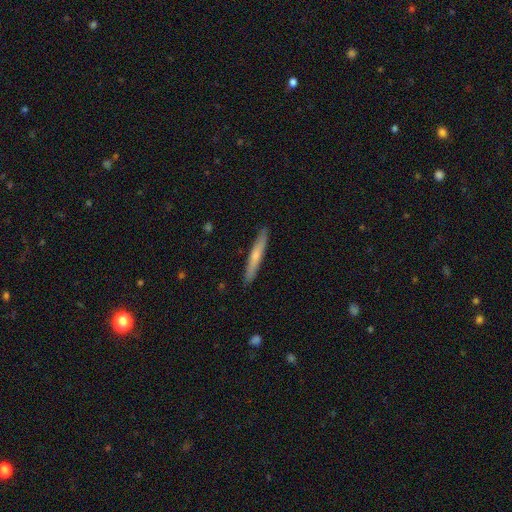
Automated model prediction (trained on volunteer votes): smooth_or_featured: smooth (p=0.57) [alt: featured or disk p=0.37]
how_rounded: cigar-shaped (p=0.95) [alt: in between p=0.04]
merging: none (p=0.90) [alt: minor disturbance p=0.07]